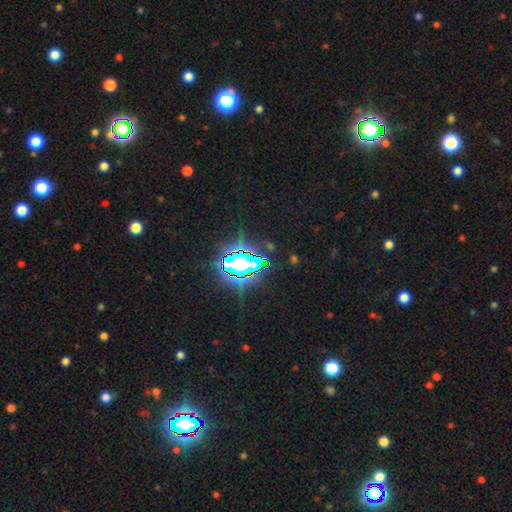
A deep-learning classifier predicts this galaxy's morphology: A star or artifact, not a galaxy (82%).

Vote fractions:
- Smooth or featured? star or artifact: 82% / smooth: 11% / featured or disk: 7%